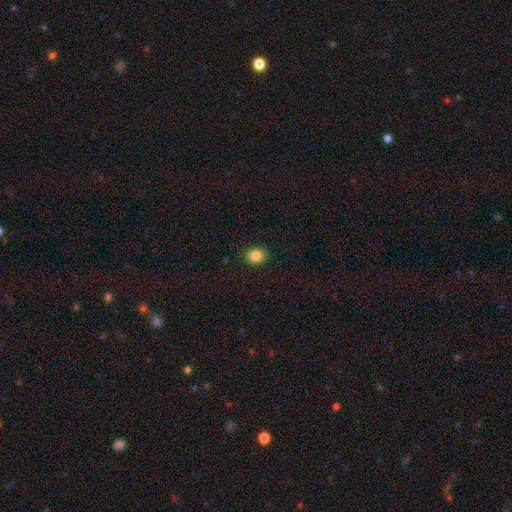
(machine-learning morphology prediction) This appears to be a smooth galaxy with no disk features (85%) that is round (63%). Merging: none (90%).